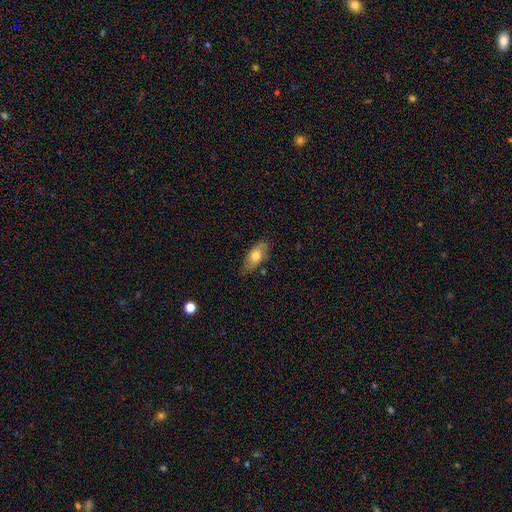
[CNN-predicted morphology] This is likely a smooth galaxy (71%). How rounded: clearly in between (88%). Merging: likely none (72%).